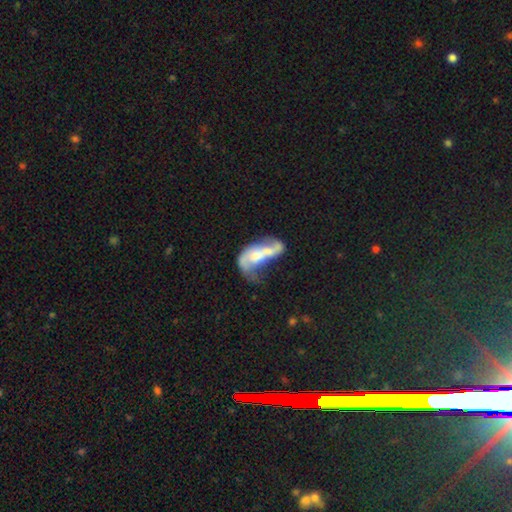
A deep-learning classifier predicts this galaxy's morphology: Q: Smooth or featured?
A: featured or disk (63%); runner-up: smooth (28%)
Q: Edge-on disk?
A: no (92%); runner-up: yes (8%)
Q: Bar?
A: no (56%); runner-up: weak (30%)
Q: Spiral arms?
A: yes (63%); runner-up: no (37%)
Q: Bulge size?
A: moderate (45%); runner-up: small (26%)
Q: Merging?
A: major disturbance (36%); runner-up: merger (26%)